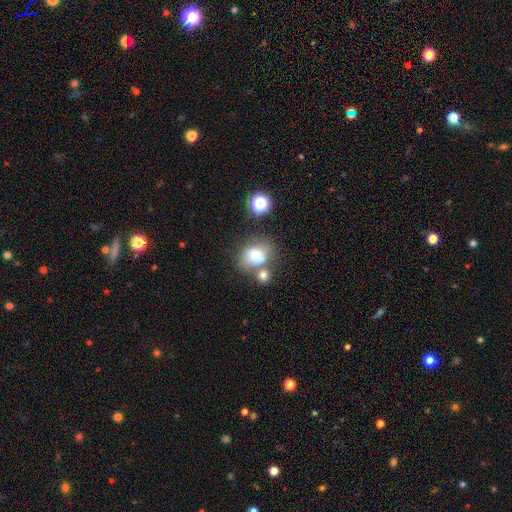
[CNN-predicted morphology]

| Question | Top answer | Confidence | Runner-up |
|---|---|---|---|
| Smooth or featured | smooth | 75% | featured or disk (14%) |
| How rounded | in between | 54% | round (45%) |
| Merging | none | 43% | merger (27%) |